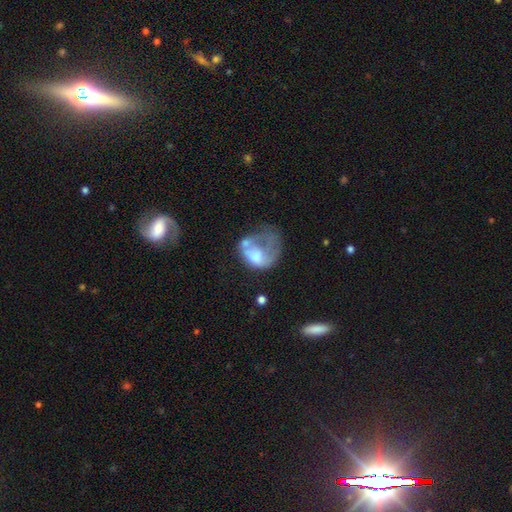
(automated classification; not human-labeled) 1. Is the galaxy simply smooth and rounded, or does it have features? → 46% featured or disk, 45% smooth, 9% star or artifact.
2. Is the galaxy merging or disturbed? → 50% major disturbance, 19% none, 17% minor disturbance, 14% merger.